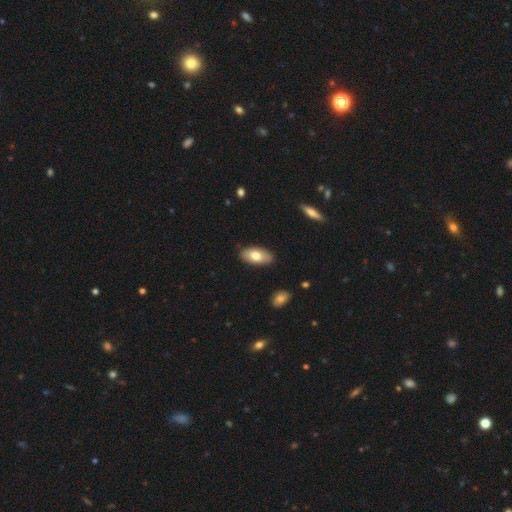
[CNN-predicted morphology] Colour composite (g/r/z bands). It shows a smooth galaxy with no disk features (76%) that is in between round and cigar-shaped (93%). Merging: none (86%).